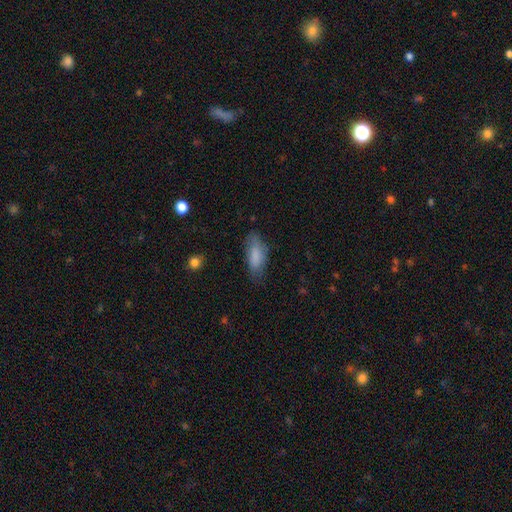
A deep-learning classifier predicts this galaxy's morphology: The model was most divided on "merging": none: 71%, minor disturbance: 22%, major disturbance: 6%, merger: 1%. More confident: smooth or featured — smooth (83%); how rounded — in between (77%).